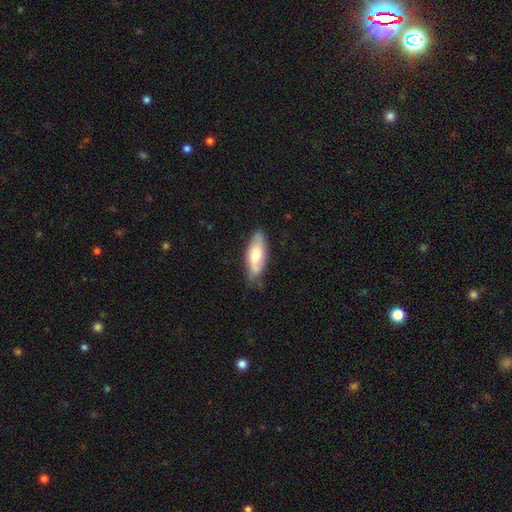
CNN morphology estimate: Smooth or featured?
  - smooth: 54% *
  - featured or disk: 40%
  - star or artifact: 6%
How rounded?
  - in between: 71% *
  - cigar-shaped: 27%
  - round: 2%
Merging?
  - none: 71% *
  - minor disturbance: 23%
  - major disturbance: 5%
  - merger: 2%